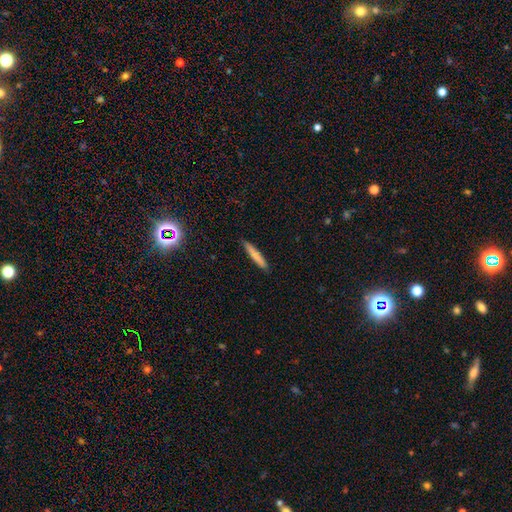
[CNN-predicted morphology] Q: Smooth or featured?
A: smooth (78%); runner-up: featured or disk (15%)
Q: How rounded?
A: cigar-shaped (93%); runner-up: in between (5%)
Q: Merging?
A: none (87%); runner-up: minor disturbance (10%)